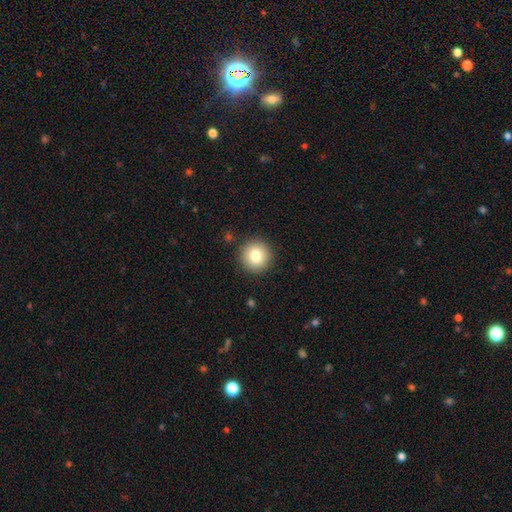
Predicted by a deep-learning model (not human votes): Overall: smooth (81%). How rounded: round (95%). Merging: none (91%).